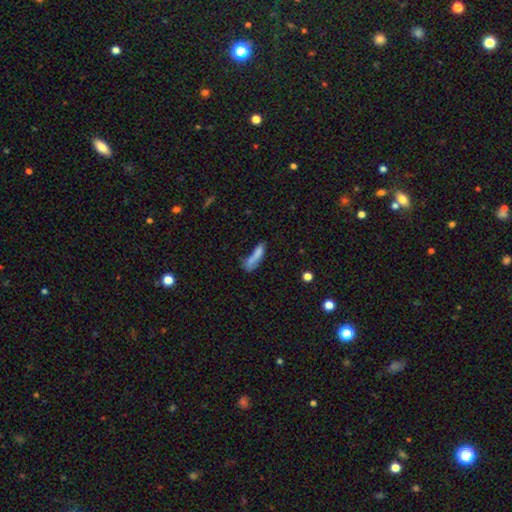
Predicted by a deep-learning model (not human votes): A smooth galaxy with no disk features (74%) that is cigar-shaped (69%). Merging: none (39%).